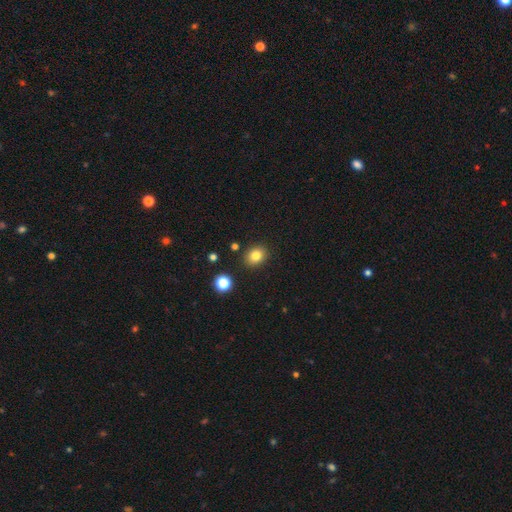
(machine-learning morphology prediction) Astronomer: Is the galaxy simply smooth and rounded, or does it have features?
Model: smooth — 82%.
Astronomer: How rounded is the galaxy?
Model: round — 52% (runner-up: in between, 47%).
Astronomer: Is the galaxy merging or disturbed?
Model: none — 87%.